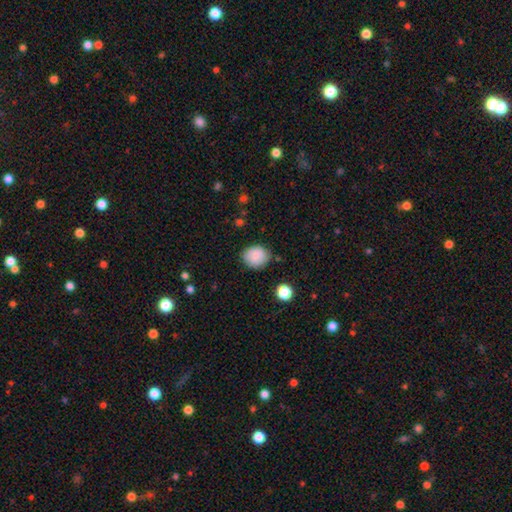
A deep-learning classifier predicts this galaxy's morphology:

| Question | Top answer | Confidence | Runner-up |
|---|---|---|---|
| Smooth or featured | smooth | 84% | star or artifact (8%) |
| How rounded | round | 70% | in between (29%) |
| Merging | none | 81% | minor disturbance (14%) |